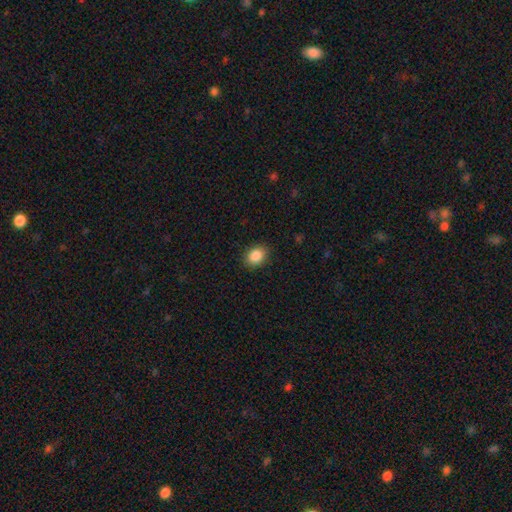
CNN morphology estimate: Q: Smooth or featured?
A: smooth (88%); runner-up: star or artifact (8%)
Q: How rounded?
A: in between (64%); runner-up: round (35%)
Q: Merging?
A: none (88%); runner-up: minor disturbance (8%)